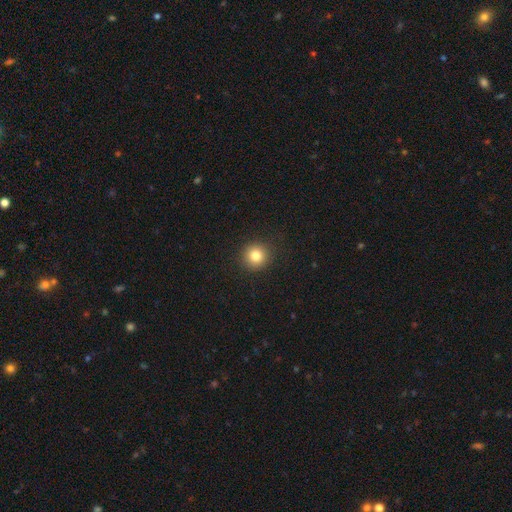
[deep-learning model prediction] Smooth or featured: smooth — 82% (star or artifact — 11%)
How rounded: round — 92% (in between — 7%)
Merging: none — 90% (minor disturbance — 6%)